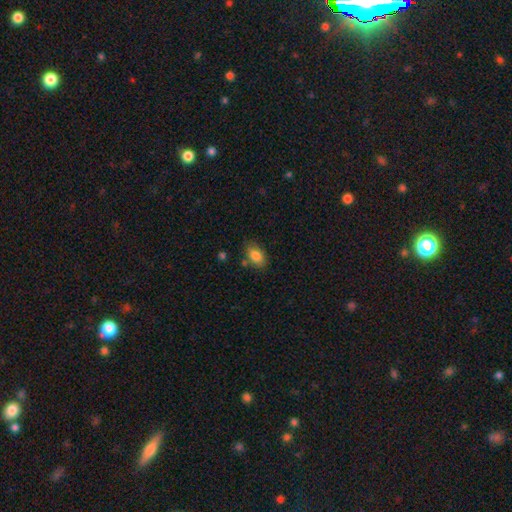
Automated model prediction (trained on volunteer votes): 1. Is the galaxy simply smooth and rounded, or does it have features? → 84% smooth, 8% featured or disk, 8% star or artifact.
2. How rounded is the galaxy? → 87% in between, 11% round, 2% cigar-shaped.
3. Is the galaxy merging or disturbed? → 76% none, 16% minor disturbance, 5% merger, 3% major disturbance.